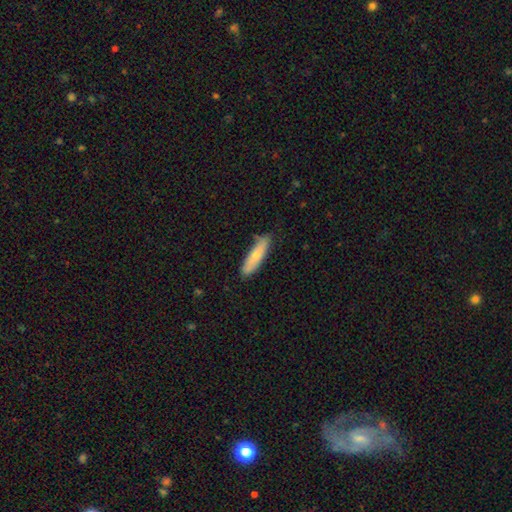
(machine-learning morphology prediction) A smooth galaxy with no disk features (71%) that is cigar-shaped (73%). Merging: none (80%).